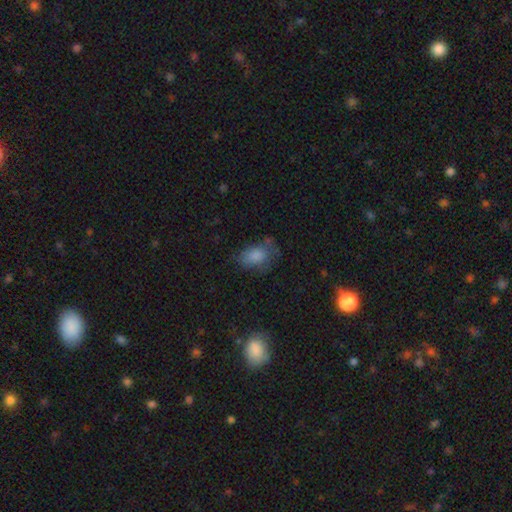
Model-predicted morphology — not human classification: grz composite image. It shows a smooth galaxy with no disk features (79%) that is in between round and cigar-shaped (87%). Merging: none (46%).